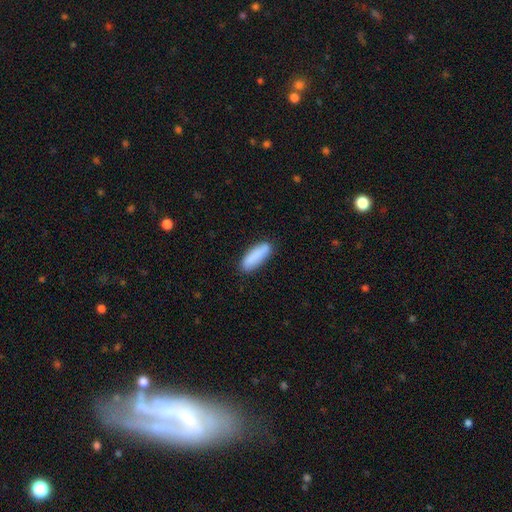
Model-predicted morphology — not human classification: Q: Smooth or featured?
A: smooth (88%); runner-up: featured or disk (6%)
Q: How rounded?
A: in between (50%); runner-up: cigar-shaped (49%)
Q: Merging?
A: none (86%); runner-up: minor disturbance (11%)